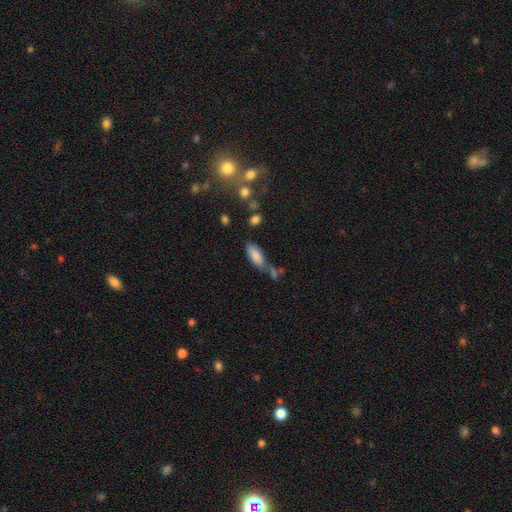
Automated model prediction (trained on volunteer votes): The model was most divided on "merging": none: 47%, merger: 24%, minor disturbance: 21%, major disturbance: 8%. More confident: smooth or featured — smooth (83%); how rounded — in between (78%).